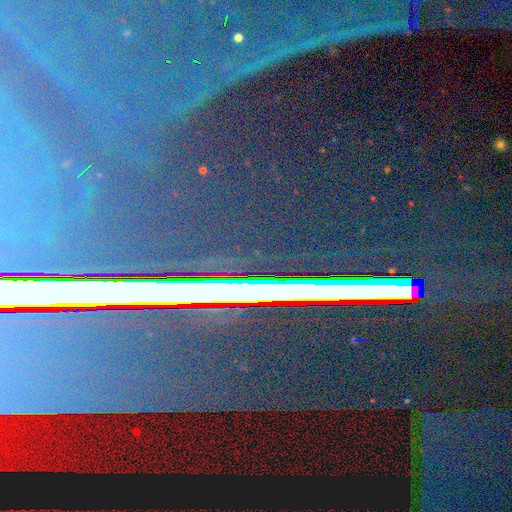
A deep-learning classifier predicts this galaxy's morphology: The model was most divided on "smooth or featured": star or artifact: 77%, featured or disk: 14%, smooth: 9%.